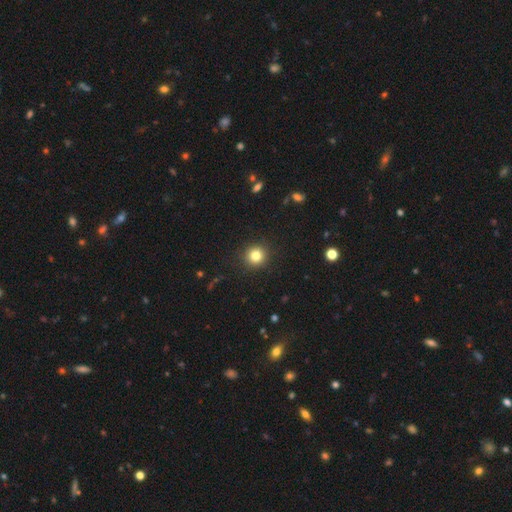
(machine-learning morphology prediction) A smooth galaxy with no disk features (81%) that is round (93%). Merging: none (91%).